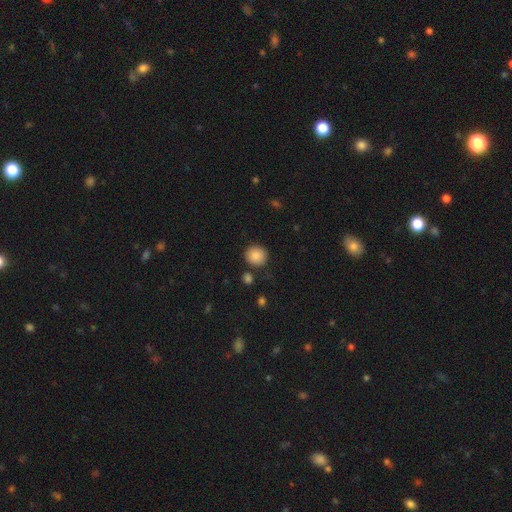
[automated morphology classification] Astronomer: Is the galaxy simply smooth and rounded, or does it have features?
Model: smooth — 87%.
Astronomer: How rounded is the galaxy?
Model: round — 89%.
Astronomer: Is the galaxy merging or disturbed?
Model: none — 85%.